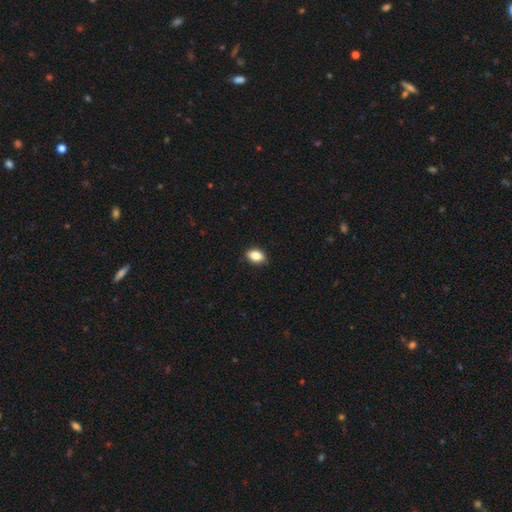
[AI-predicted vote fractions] The model was most divided on "how rounded": in between: 82%, round: 16%, cigar-shaped: 2%. More confident: merging — none (88%); smooth or featured — smooth (85%).